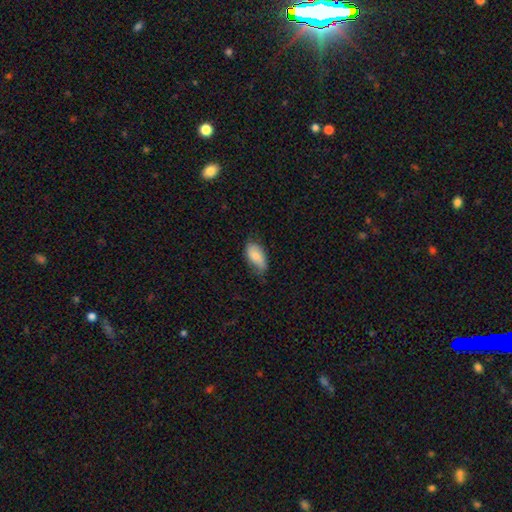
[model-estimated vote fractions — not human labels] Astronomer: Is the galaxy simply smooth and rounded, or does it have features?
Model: smooth — 79%.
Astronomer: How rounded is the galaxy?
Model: in between — 93%.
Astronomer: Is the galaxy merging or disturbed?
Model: none — 60%.